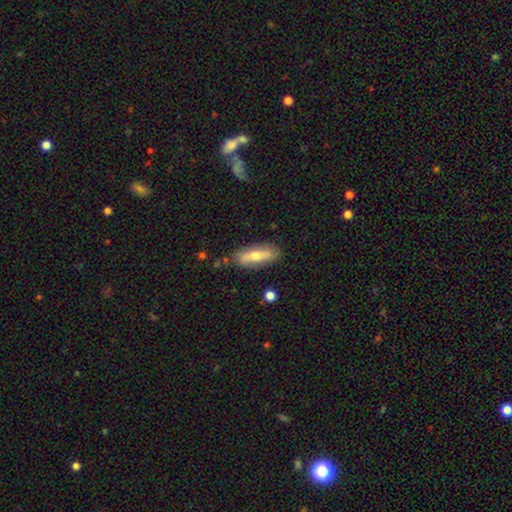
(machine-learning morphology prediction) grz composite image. It shows a smooth galaxy with no disk features (54%) that is in between round and cigar-shaped (52%). Merging: none (80%).